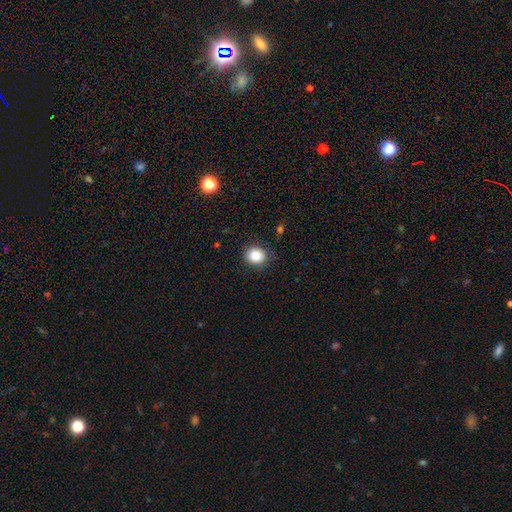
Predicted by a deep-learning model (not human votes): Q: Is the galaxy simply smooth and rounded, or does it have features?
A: smooth — 85%.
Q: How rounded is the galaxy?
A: round — 71%.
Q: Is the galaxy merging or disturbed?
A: none — 83%.